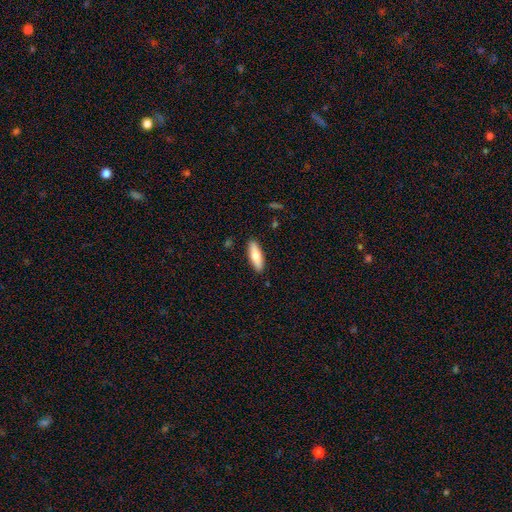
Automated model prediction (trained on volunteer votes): Morphology: type=smooth (71%); roundness=in between (50%); merging=none (89%).